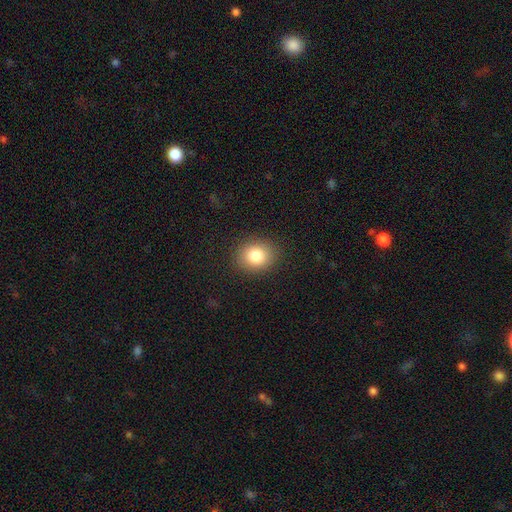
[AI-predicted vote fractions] Smooth or featured?
  - smooth: 83% *
  - star or artifact: 10%
  - featured or disk: 7%
How rounded?
  - round: 63% *
  - in between: 36%
  - cigar-shaped: 1%
Merging?
  - none: 89% *
  - minor disturbance: 7%
  - major disturbance: 3%
  - merger: 1%